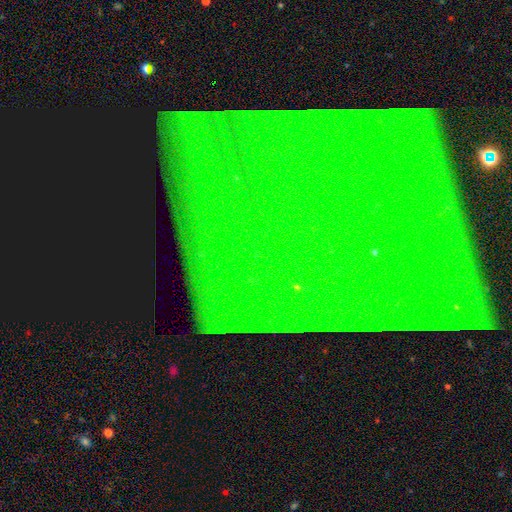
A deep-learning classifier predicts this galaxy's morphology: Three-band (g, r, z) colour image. It shows a star or artifact, not a galaxy (86%).